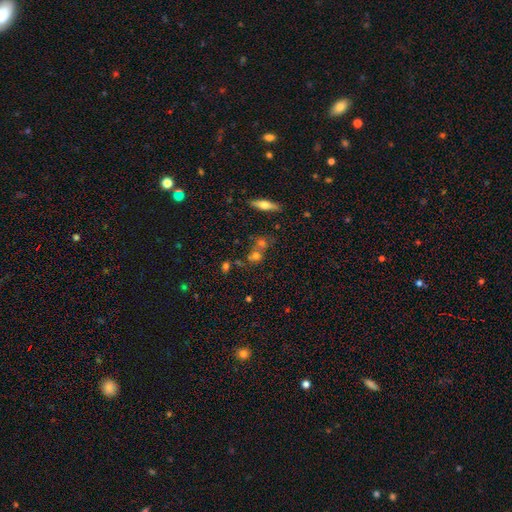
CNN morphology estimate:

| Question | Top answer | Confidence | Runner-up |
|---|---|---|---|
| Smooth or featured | smooth | 62% | star or artifact (20%) |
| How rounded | round | 74% | in between (22%) |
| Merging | none | 44% | merger (43%) |